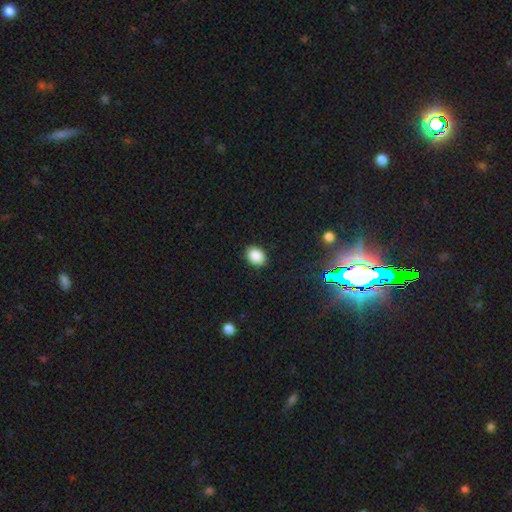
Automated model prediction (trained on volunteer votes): Smooth or featured? smooth (87%)
How rounded? in between (67%)
Merging? none (88%)